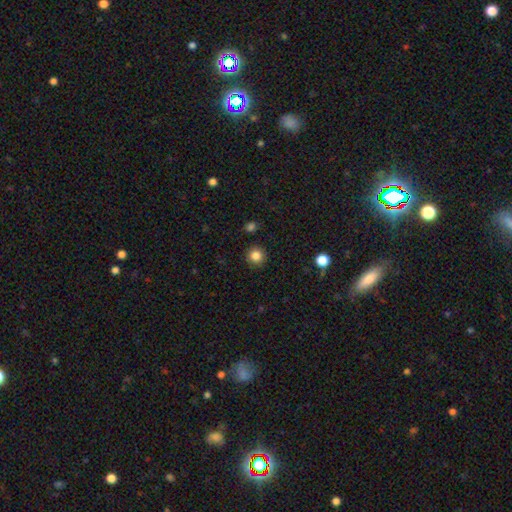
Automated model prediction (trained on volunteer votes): Morphology: type=smooth (84%); roundness=round (94%); merging=none (91%).